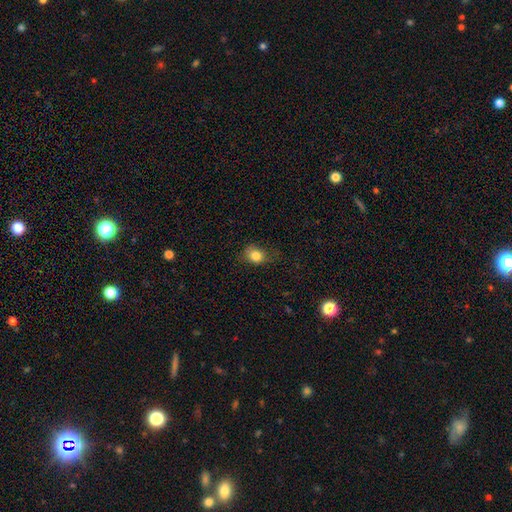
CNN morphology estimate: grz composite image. It shows a smooth galaxy with no disk features (82%) that is round (55%). Merging: none (63%).